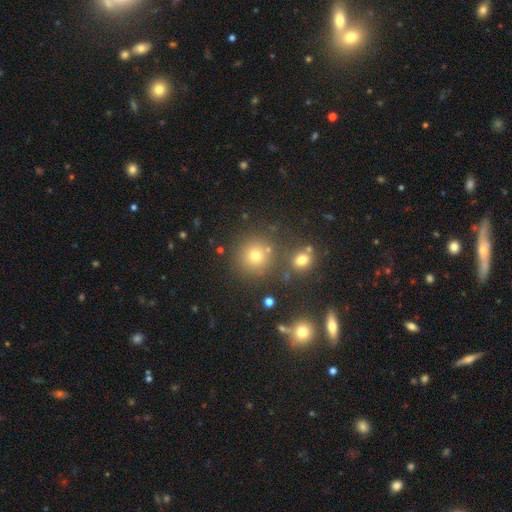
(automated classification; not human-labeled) Q: Smooth or featured?
A: smooth (70%); runner-up: star or artifact (21%)
Q: How rounded?
A: round (93%); runner-up: in between (6%)
Q: Merging?
A: none (79%); runner-up: merger (10%)